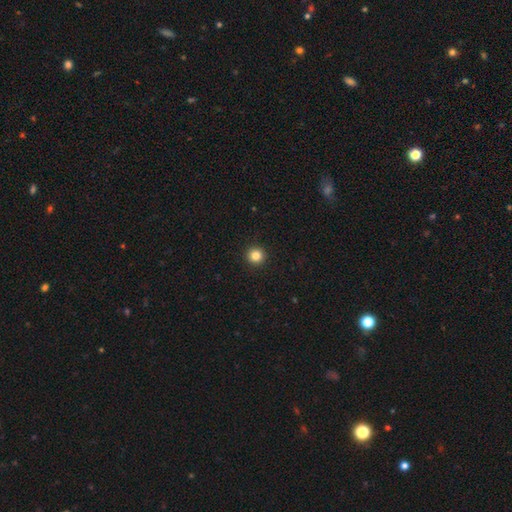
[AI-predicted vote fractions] The model was most divided on "smooth or featured": smooth: 84%, star or artifact: 12%, featured or disk: 4%. More confident: how rounded — round (95%); merging — none (94%).